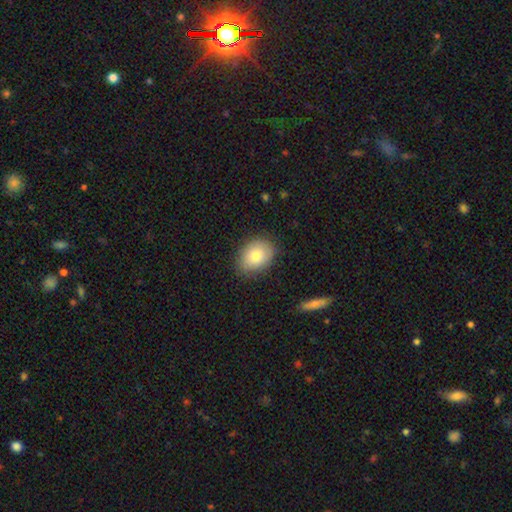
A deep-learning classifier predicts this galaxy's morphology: smooth 79%, featured or disk 13%, star or artifact 8%. Down the decision tree: how rounded — in between (64%); merging — none (82%).